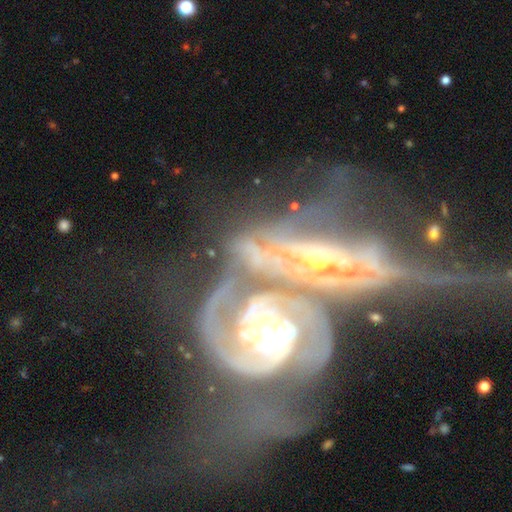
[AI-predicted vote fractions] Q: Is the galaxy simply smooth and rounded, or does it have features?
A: featured or disk — 70%.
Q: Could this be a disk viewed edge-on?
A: no — 90%.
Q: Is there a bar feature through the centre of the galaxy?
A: no — 55%.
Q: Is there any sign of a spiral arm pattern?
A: yes — 73%.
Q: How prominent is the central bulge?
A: moderate — 49%.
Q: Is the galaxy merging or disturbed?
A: merger — 60%.